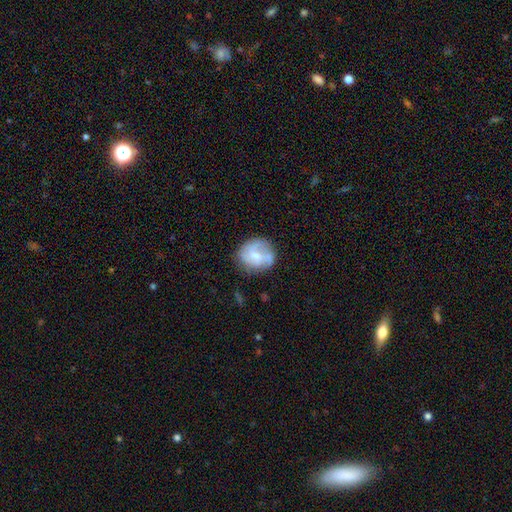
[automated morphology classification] Q: Smooth or featured?
A: featured or disk (57%); runner-up: smooth (36%)
Q: Edge-on disk?
A: no (98%); runner-up: yes (2%)
Q: Bar?
A: no (52%); runner-up: weak (40%)
Q: Spiral arms?
A: yes (75%); runner-up: no (25%)
Q: Bulge size?
A: moderate (47%); runner-up: small (42%)
Q: Merging?
A: none (64%); runner-up: minor disturbance (22%)